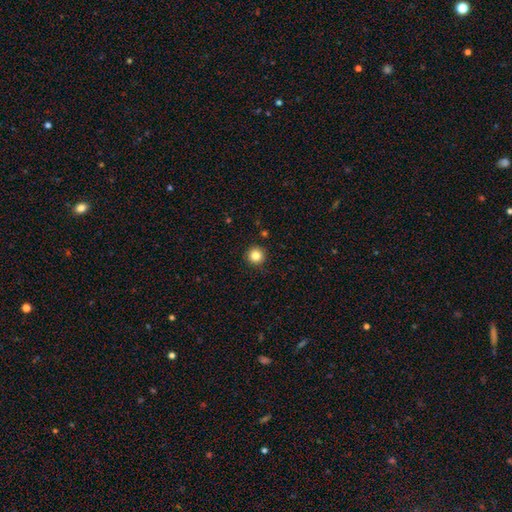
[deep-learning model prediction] Smooth or featured: smooth — 84% (star or artifact — 11%)
How rounded: round — 96% (in between — 3%)
Merging: none — 92% (minor disturbance — 5%)